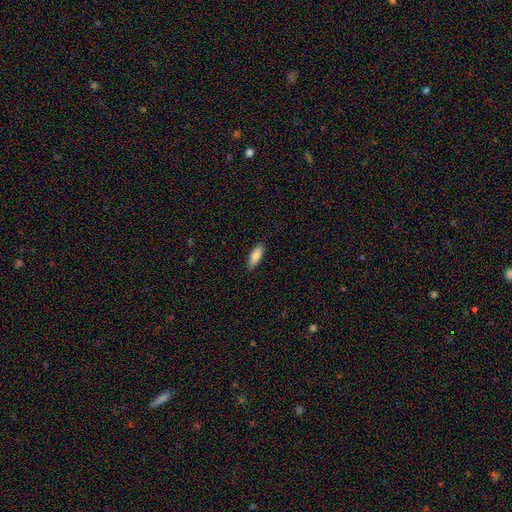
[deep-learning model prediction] smooth-or-featured: smooth: 85% | featured or disk: 9% | star or artifact: 6%
  how-rounded: in between: 69% | cigar-shaped: 29% | round: 2%
  merging: none: 87% | minor disturbance: 10% | major disturbance: 2% | merger: 1%